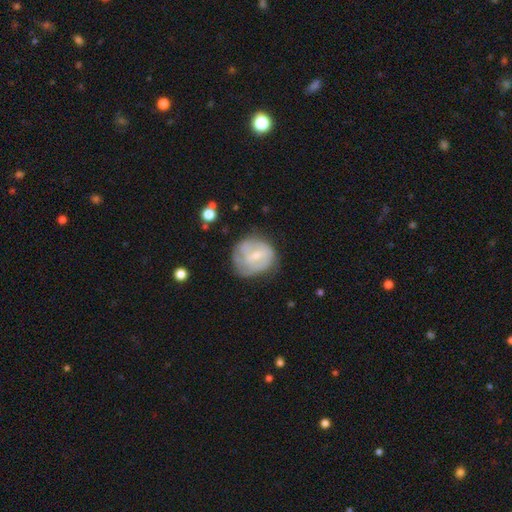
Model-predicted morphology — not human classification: This appears to be a featured or disk galaxy (49%). Merging: none (57%).